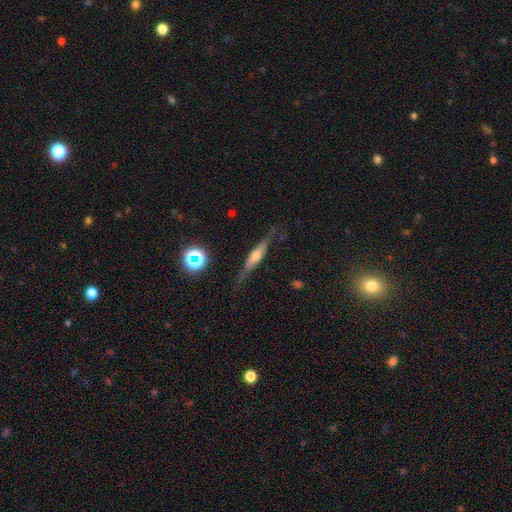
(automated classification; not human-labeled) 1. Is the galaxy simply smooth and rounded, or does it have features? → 55% featured or disk, 36% smooth, 9% star or artifact.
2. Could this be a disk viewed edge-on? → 89% yes, 11% no.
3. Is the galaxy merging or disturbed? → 74% none, 18% minor disturbance, 6% major disturbance, 2% merger.